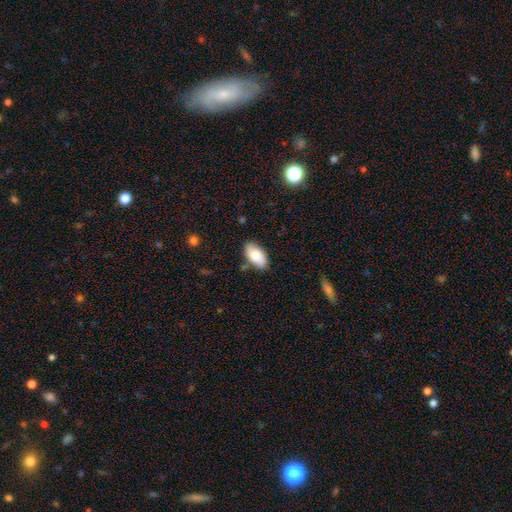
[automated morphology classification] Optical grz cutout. It shows a smooth galaxy with no disk features (82%) that is in between round and cigar-shaped (94%). Merging: none (81%).